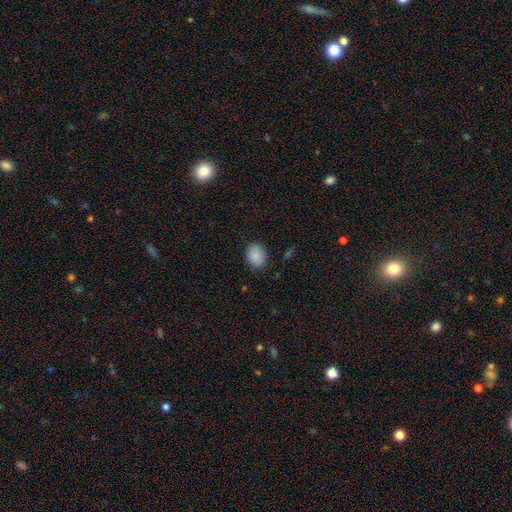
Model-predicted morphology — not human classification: This appears to be a smooth galaxy with no disk features (86%) that is in between round and cigar-shaped (56%). Merging: none (84%).